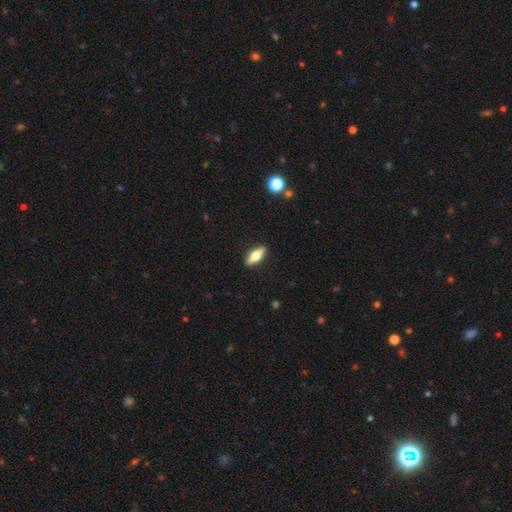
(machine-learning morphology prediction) smooth_or_featured: smooth (p=0.52) [alt: featured or disk p=0.42]
how_rounded: in between (p=0.63) [alt: cigar-shaped p=0.34]
merging: none (p=0.90) [alt: minor disturbance p=0.07]